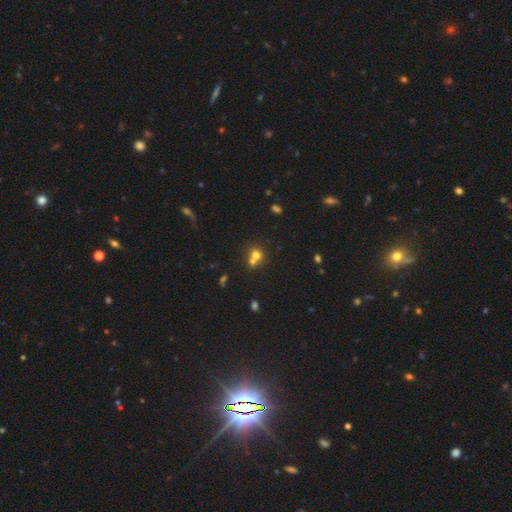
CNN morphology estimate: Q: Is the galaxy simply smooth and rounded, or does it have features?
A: smooth — 66%.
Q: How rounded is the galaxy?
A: round — 84%.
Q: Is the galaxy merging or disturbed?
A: merger — 49%.